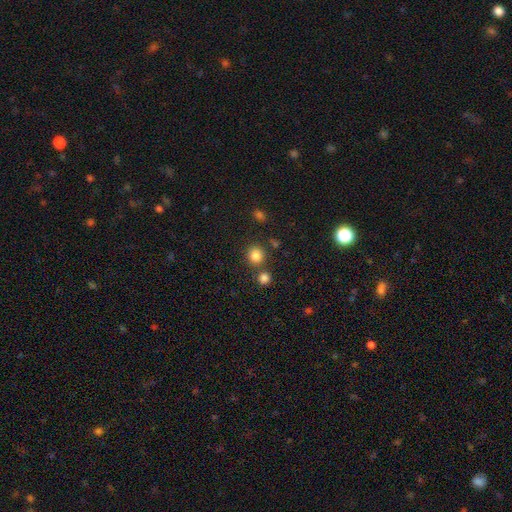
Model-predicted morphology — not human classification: A smooth galaxy with no disk features (83%) that is round (89%). Merging: none (77%).